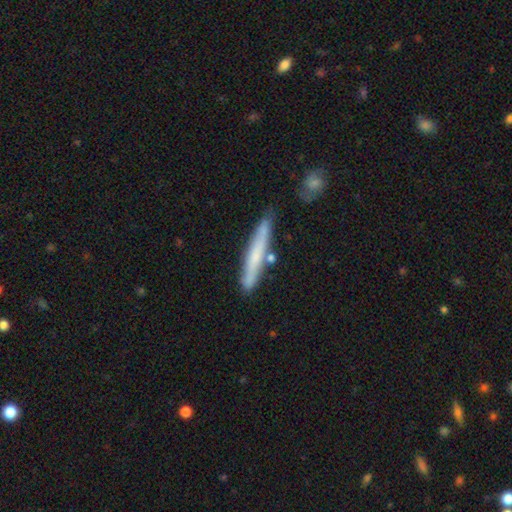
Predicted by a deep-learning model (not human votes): Smooth or featured: smooth — 57% (featured or disk — 37%)
How rounded: cigar-shaped — 95% (in between — 3%)
Merging: none — 74% (minor disturbance — 17%)